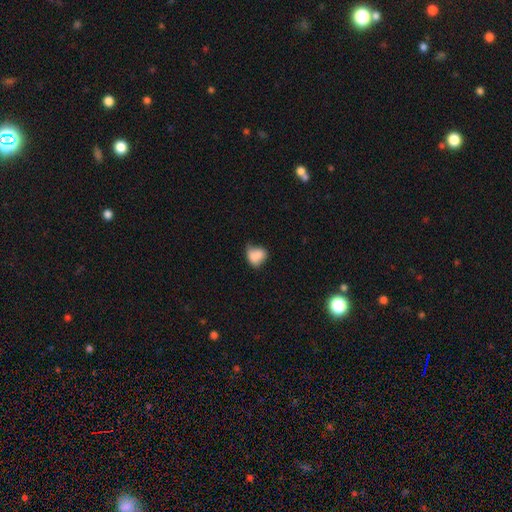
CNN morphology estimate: A smooth galaxy with no disk features (76%) that is in between round and cigar-shaped (56%).

Vote fractions:
- Smooth or featured? smooth: 76% / featured or disk: 14% / star or artifact: 10%
- How rounded? in between: 56% / round: 42% / cigar-shaped: 1%
- Merging? minor disturbance: 37% / none: 31% / major disturbance: 18% / merger: 14%